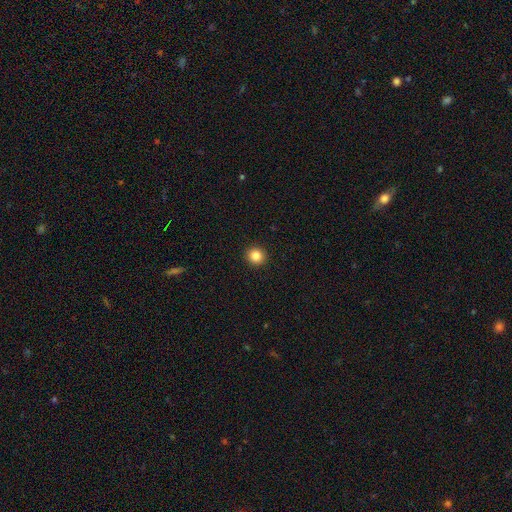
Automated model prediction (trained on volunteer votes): A smooth galaxy with no disk features (86%) that is round (93%).

Vote fractions:
- Smooth or featured? smooth: 86% / star or artifact: 11% / featured or disk: 4%
- How rounded? round: 93% / in between: 6% / cigar-shaped: 1%
- Merging? none: 93% / minor disturbance: 4% / major disturbance: 2% / merger: 1%